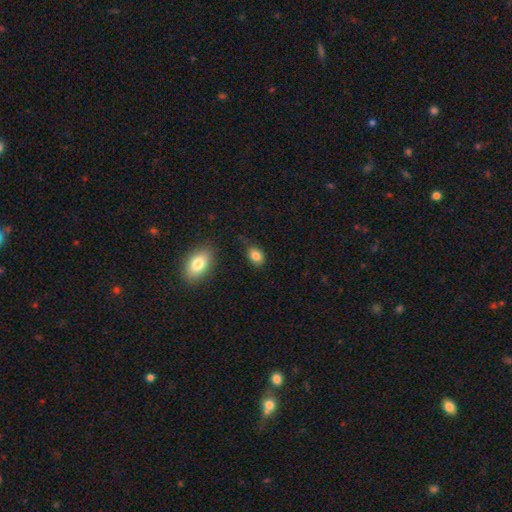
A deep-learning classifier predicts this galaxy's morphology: Smooth or featured?
  - smooth: 85% *
  - star or artifact: 9%
  - featured or disk: 6%
How rounded?
  - in between: 84% *
  - round: 15%
  - cigar-shaped: 2%
Merging?
  - none: 76% *
  - minor disturbance: 17%
  - major disturbance: 4%
  - merger: 3%